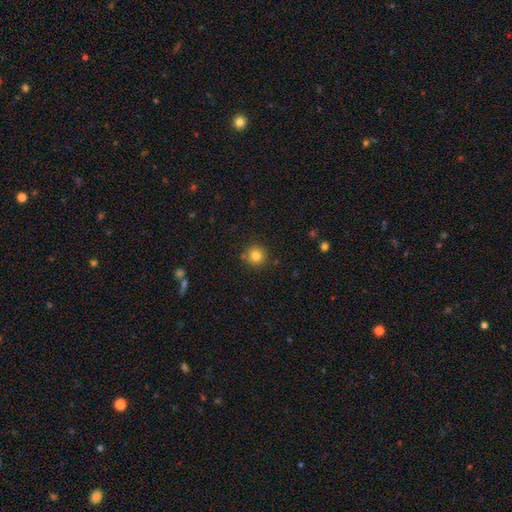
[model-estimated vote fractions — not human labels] This appears to be a smooth galaxy with no disk features (82%) that is round (95%). Merging: none (86%).